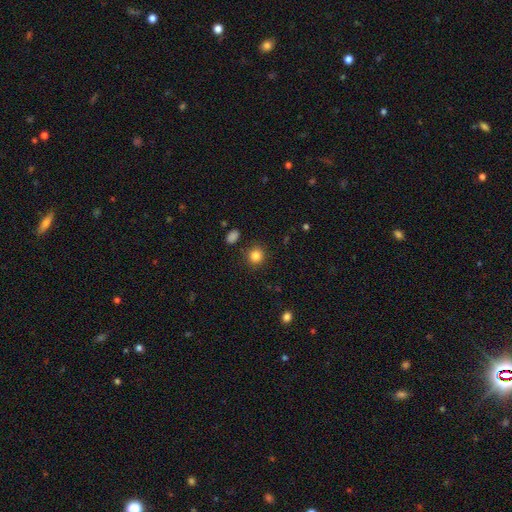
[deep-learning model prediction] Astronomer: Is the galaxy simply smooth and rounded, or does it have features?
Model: smooth — 85%.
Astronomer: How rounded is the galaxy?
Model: round — 88%.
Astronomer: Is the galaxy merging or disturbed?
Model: none — 87%.